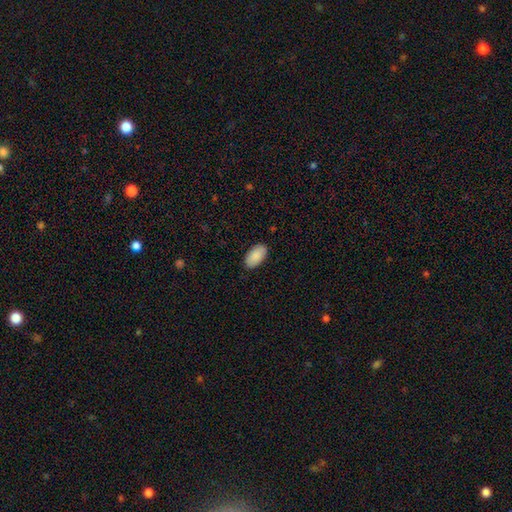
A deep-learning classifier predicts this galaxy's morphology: This is clearly a smooth galaxy (90%). How rounded: clearly in between (96%). Merging: clearly none (88%).